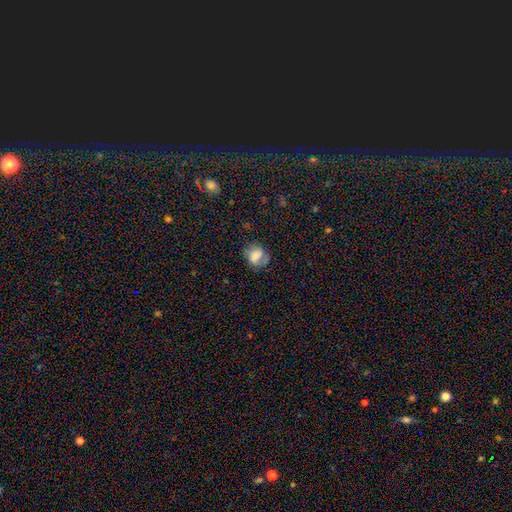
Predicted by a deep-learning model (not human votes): smooth-or-featured: smooth: 69% | featured or disk: 20% | star or artifact: 11%
  how-rounded: round: 60% | in between: 39% | cigar-shaped: 1%
  merging: none: 55% | minor disturbance: 27% | major disturbance: 14% | merger: 4%